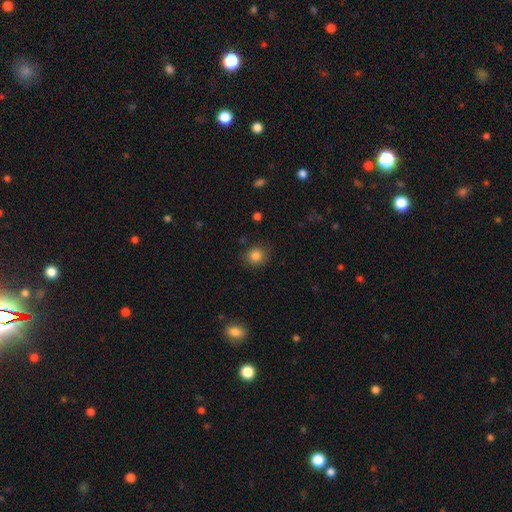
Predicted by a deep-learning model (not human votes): Smooth or featured? smooth (84%)
How rounded? round (81%)
Merging? none (84%)